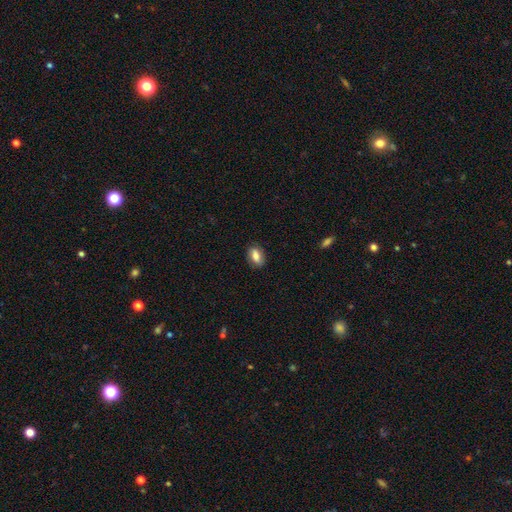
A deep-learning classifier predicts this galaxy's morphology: Smooth or featured? Predicted: smooth (p=0.80). How rounded? Predicted: in between (p=0.88). Merging? Predicted: none (p=0.84).